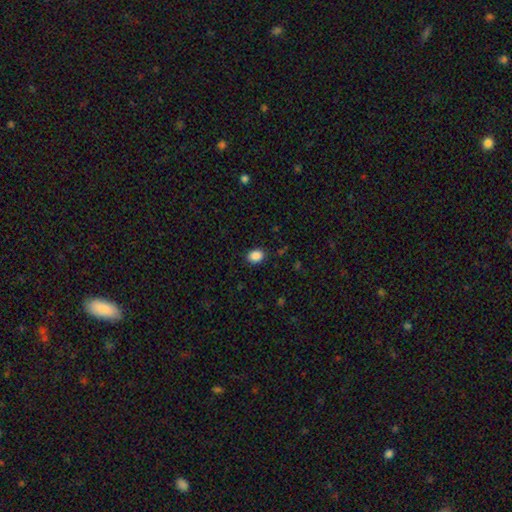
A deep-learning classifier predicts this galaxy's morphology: type=smooth (88%); roundness=in between (63%); merging=none (89%).